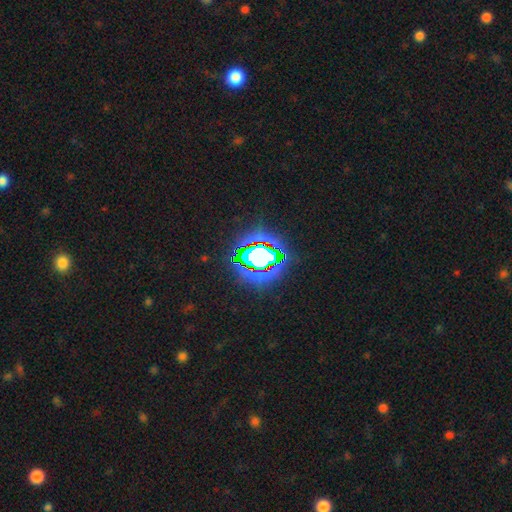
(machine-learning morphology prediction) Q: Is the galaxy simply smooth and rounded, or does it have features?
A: star or artifact — 76%.